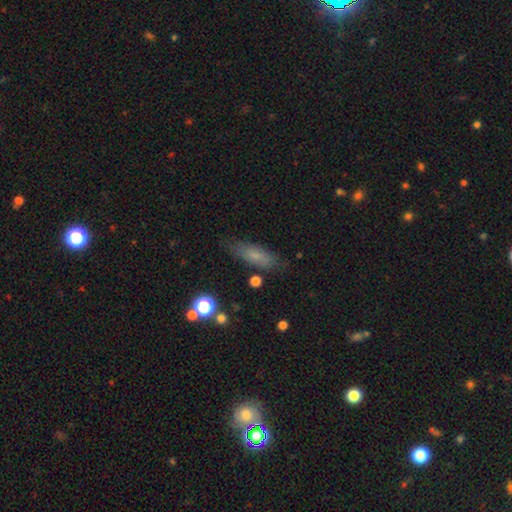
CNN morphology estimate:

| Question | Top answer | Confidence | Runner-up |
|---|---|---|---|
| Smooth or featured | smooth | 71% | featured or disk (18%) |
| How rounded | in between | 54% | cigar-shaped (43%) |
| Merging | none | 77% | minor disturbance (16%) |